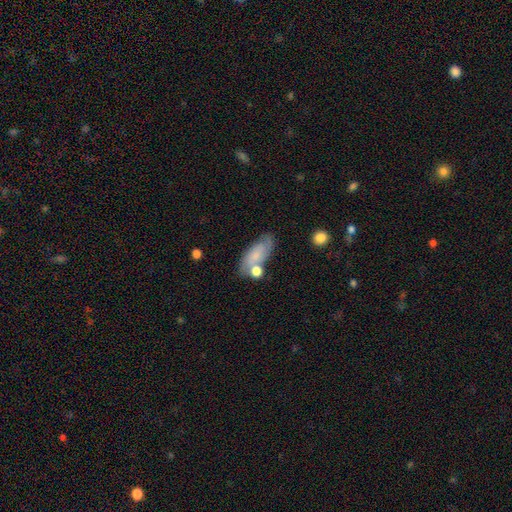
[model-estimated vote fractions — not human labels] Q: Smooth or featured?
A: smooth (67%); runner-up: featured or disk (25%)
Q: How rounded?
A: in between (80%); runner-up: cigar-shaped (16%)
Q: Merging?
A: none (56%); runner-up: minor disturbance (21%)